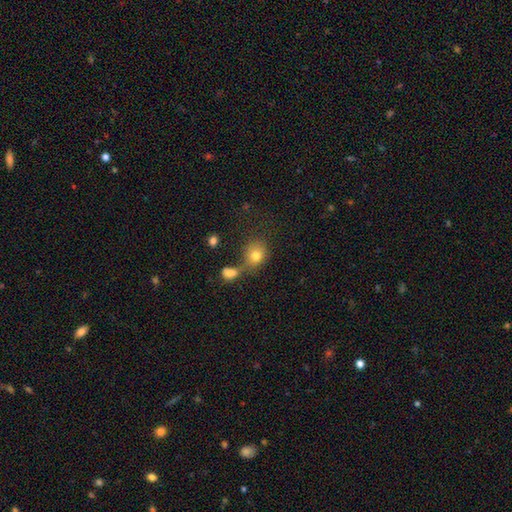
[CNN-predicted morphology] Q: Smooth or featured?
A: smooth (78%); runner-up: star or artifact (11%)
Q: How rounded?
A: round (71%); runner-up: in between (28%)
Q: Merging?
A: none (42%); runner-up: merger (35%)